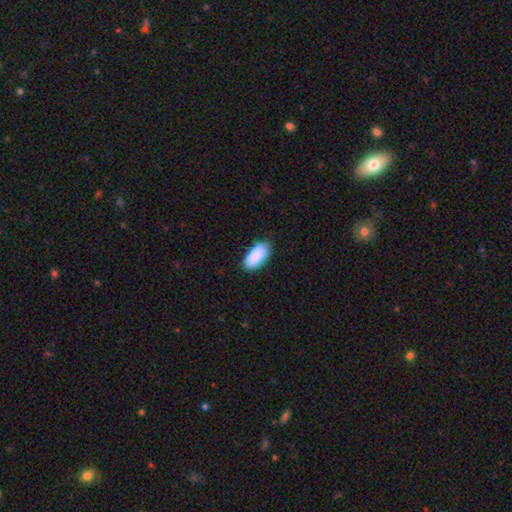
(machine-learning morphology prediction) This appears to be a smooth galaxy with no disk features (87%) that is in between round and cigar-shaped (93%). Merging: none (84%).